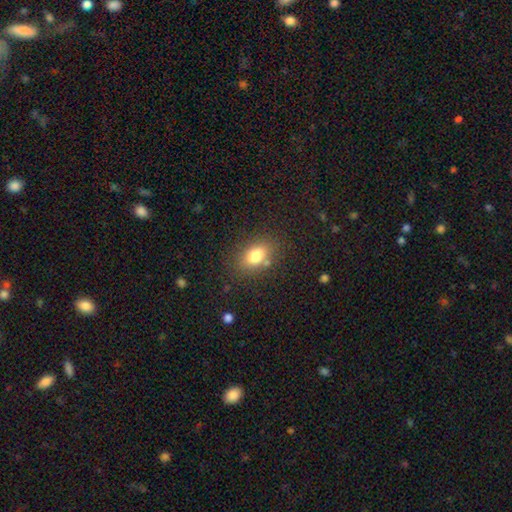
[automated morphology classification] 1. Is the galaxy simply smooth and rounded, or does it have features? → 79% smooth, 11% star or artifact, 10% featured or disk.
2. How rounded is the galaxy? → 76% in between, 23% round, 2% cigar-shaped.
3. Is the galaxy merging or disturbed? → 78% none, 13% minor disturbance, 5% major disturbance, 4% merger.